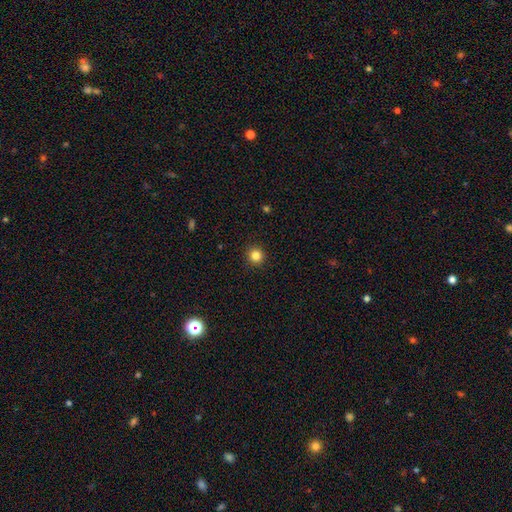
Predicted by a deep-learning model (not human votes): This appears to be a smooth galaxy with no disk features (83%) that is round (94%). Merging: none (92%).